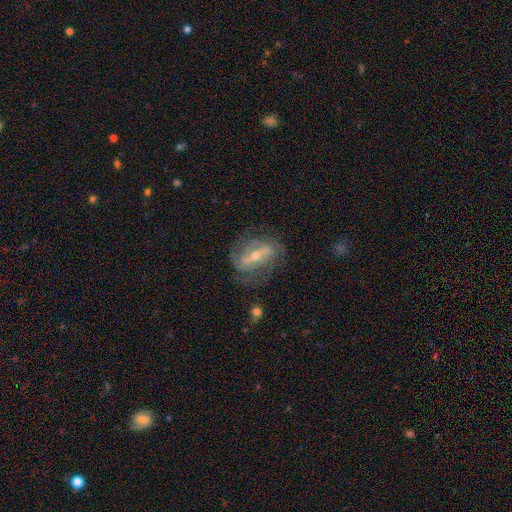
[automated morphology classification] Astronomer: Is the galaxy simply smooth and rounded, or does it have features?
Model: featured or disk — 83%.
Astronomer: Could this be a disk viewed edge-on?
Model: no — 93%.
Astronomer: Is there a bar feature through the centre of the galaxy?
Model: strong — 56%.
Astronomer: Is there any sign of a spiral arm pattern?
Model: yes — 90%.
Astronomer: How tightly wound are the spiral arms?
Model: medium — 42% (runner-up: tight, 40%).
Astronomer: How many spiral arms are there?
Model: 2 — 53%.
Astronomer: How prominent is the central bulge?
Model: small — 52% (runner-up: moderate, 43%).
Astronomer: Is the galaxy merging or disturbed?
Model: none — 69%.